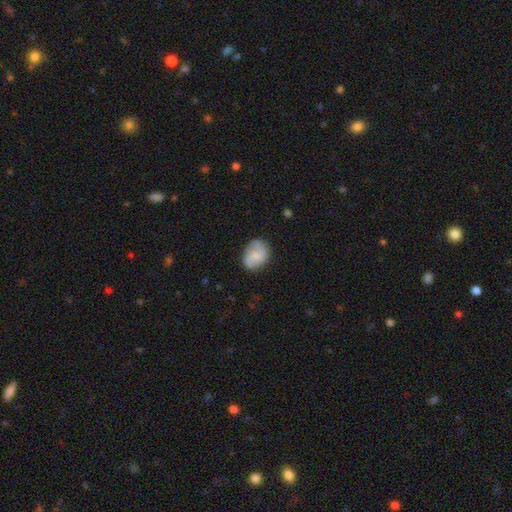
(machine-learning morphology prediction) Overall: smooth (59%; featured or disk 34%). How rounded: in between (61%; round 38%). Merging: none (72%).